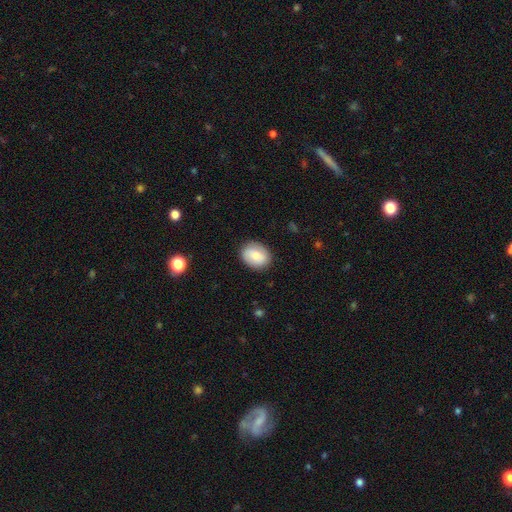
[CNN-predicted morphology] smooth-or-featured: smooth: 77% | featured or disk: 16% | star or artifact: 7%
  how-rounded: in between: 59% | round: 40% | cigar-shaped: 1%
  merging: none: 86% | minor disturbance: 11% | major disturbance: 3% | merger: 1%